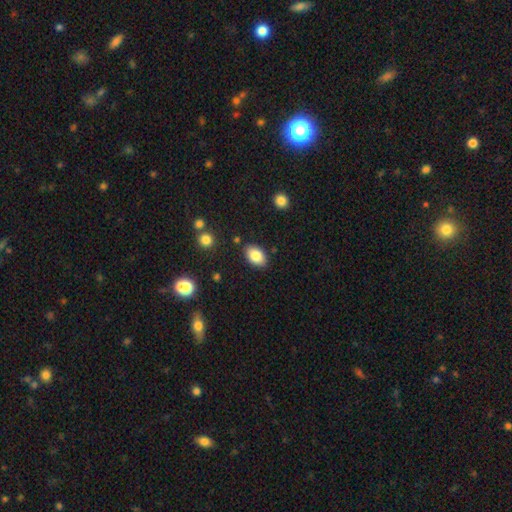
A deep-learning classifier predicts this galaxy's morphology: The model was most divided on "smooth or featured": smooth: 83%, featured or disk: 9%, star or artifact: 8%. More confident: how rounded — in between (89%); merging — none (86%).